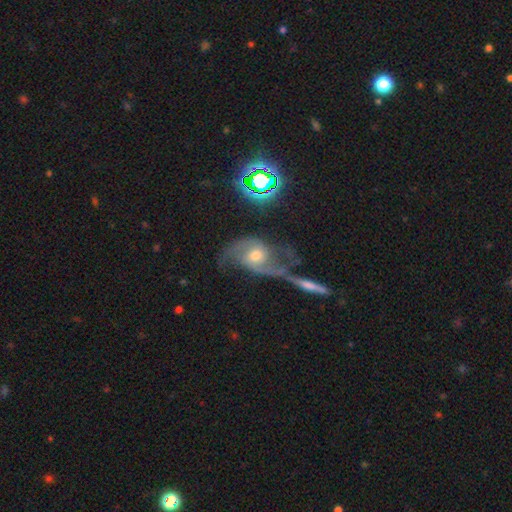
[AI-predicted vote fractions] A featured or disk galaxy (78%) with no bar (57%), 2 (88%) loose (52%) spiral arms (94%) and a moderate central bulge (65%).

Vote fractions:
- Smooth or featured? featured or disk: 78% / smooth: 12% / star or artifact: 10%
- Edge-on disk? no: 95% / yes: 5%
- Bar? no: 57% / weak: 34% / strong: 9%
- Spiral arms? yes: 94% / no: 6%
- Spiral winding? loose: 52% / medium: 37% / tight: 11%
- Spiral arm count? 2: 88% / can't tell: 4% / 1: 3% / 3: 2% / 4: 1% / more than 4: 1%
- Bulge size? moderate: 65% / small: 20% / large: 11% / none: 2% / dominant: 2%
- Merging? none: 35% / merger: 28% / major disturbance: 20% / minor disturbance: 17%